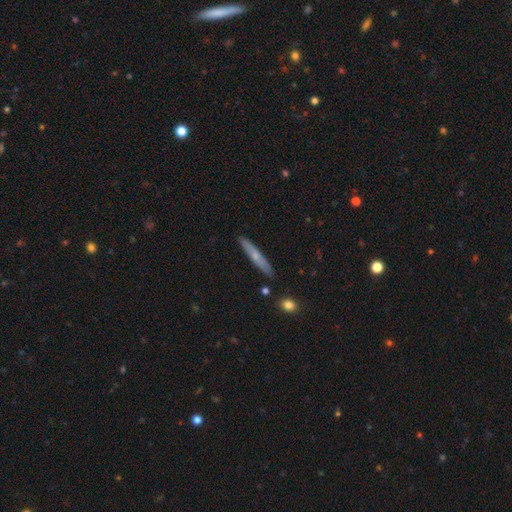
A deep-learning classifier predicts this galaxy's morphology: Smooth or featured: smooth — 52% (featured or disk — 42%)
How rounded: cigar-shaped — 93% (in between — 5%)
Merging: none — 87% (minor disturbance — 10%)